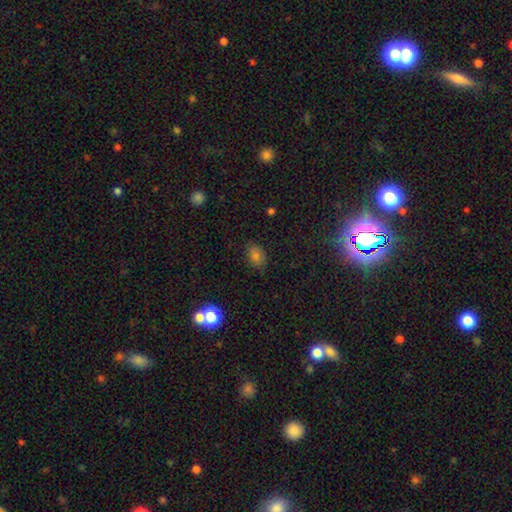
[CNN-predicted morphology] A smooth galaxy with no disk features (72%) that is in between round and cigar-shaped (79%).

Vote fractions:
- Smooth or featured? smooth: 72% / star or artifact: 19% / featured or disk: 9%
- How rounded? in between: 79% / round: 19% / cigar-shaped: 2%
- Merging? none: 78% / minor disturbance: 15% / major disturbance: 4% / merger: 3%